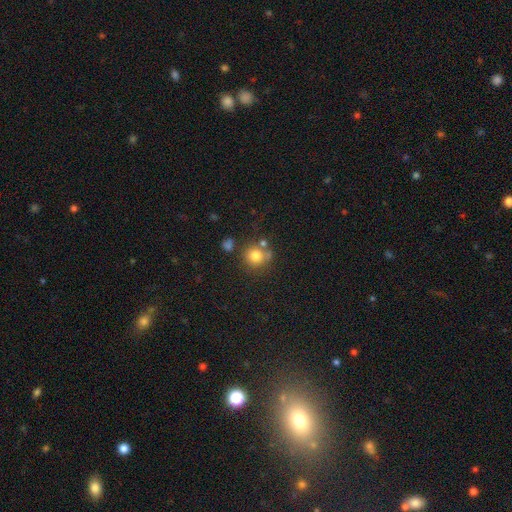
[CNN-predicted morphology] This is likely a smooth galaxy (79%). How rounded: clearly round (89%). Merging: likely none (66%).